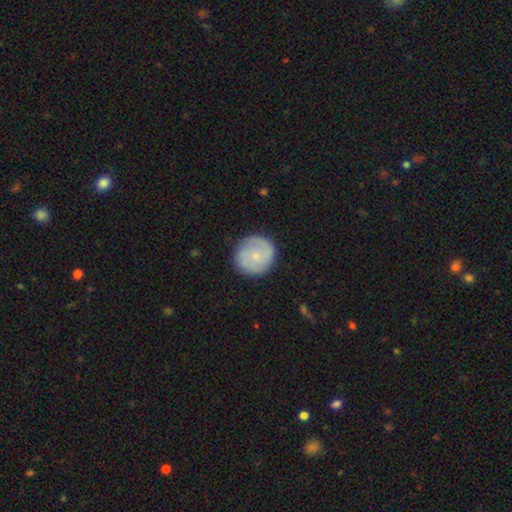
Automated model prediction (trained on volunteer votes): Q: Smooth or featured?
A: smooth (48%); runner-up: featured or disk (46%)
Q: Merging?
A: none (84%); runner-up: minor disturbance (11%)